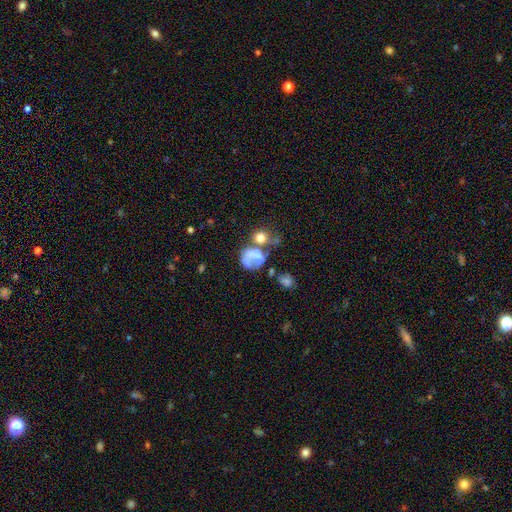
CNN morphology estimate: Smooth or featured? smooth (47%)
Merging? merger (45%)